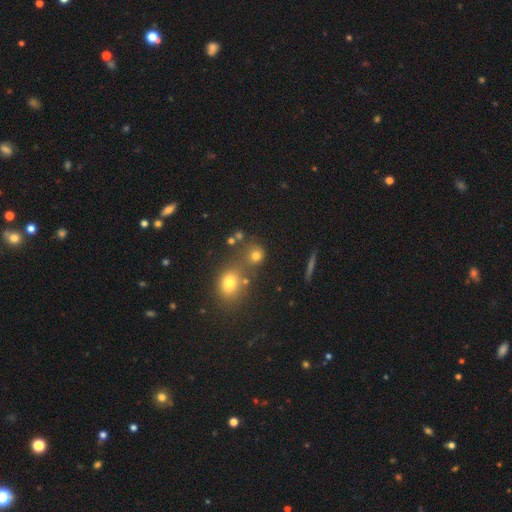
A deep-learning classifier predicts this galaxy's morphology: smooth-or-featured: smooth: 73% | star or artifact: 17% | featured or disk: 10%
  how-rounded: round: 80% | in between: 18% | cigar-shaped: 2%
  merging: none: 57% | merger: 27% | minor disturbance: 10% | major disturbance: 6%